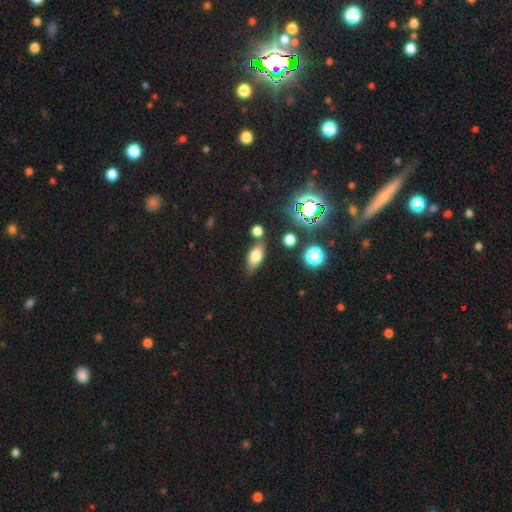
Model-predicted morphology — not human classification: smooth 73%, featured or disk 15%, star or artifact 12%. Down the decision tree: how rounded — in between (81%); merging — none (69%).